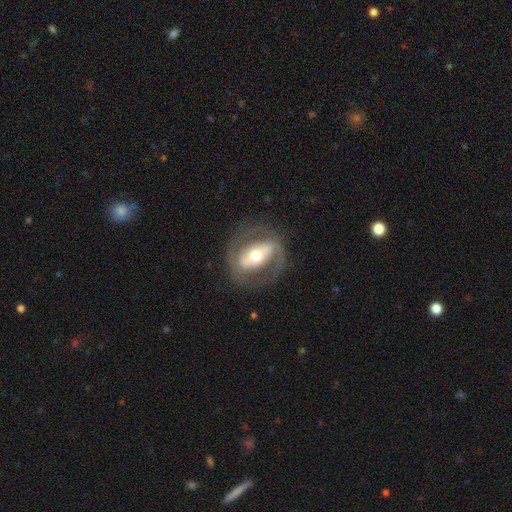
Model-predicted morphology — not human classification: This appears to be a featured or disk galaxy (73%) with a strong bar (53%), spiral arms (56%) and a moderate central bulge (67%). Merging: none (75%).